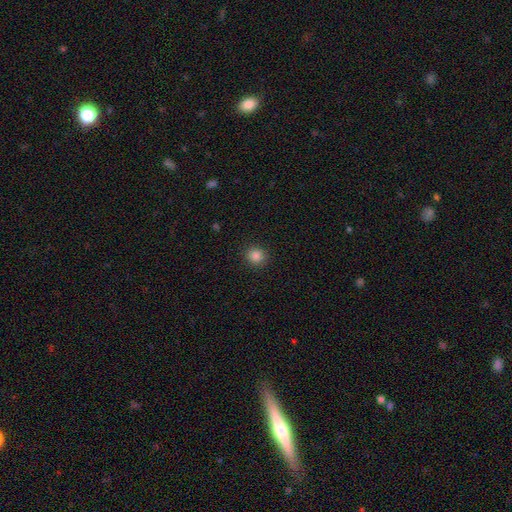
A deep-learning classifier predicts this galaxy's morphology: Smooth or featured?
  - smooth: 85% *
  - star or artifact: 12%
  - featured or disk: 4%
How rounded?
  - round: 89% *
  - in between: 10%
  - cigar-shaped: 1%
Merging?
  - none: 91% *
  - minor disturbance: 6%
  - major disturbance: 2%
  - merger: 1%